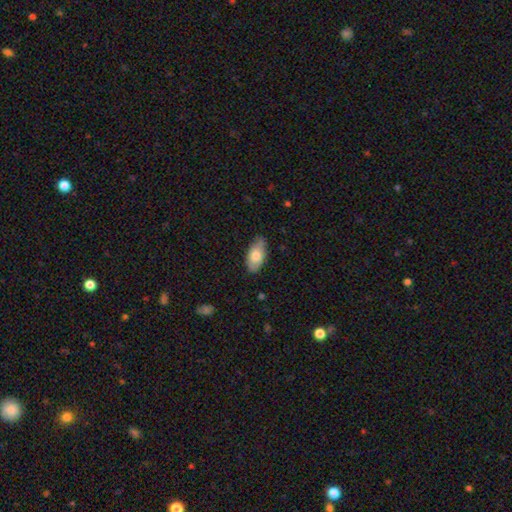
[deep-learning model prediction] Q: Smooth or featured?
A: smooth (75%); runner-up: featured or disk (19%)
Q: How rounded?
A: in between (93%); runner-up: cigar-shaped (4%)
Q: Merging?
A: none (78%); runner-up: minor disturbance (18%)